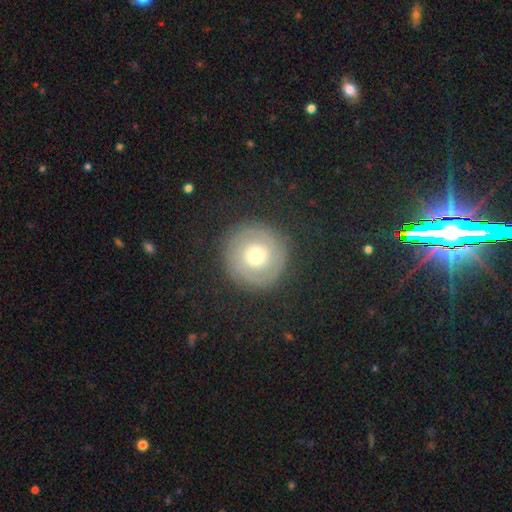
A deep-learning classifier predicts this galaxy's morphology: smooth_or_featured: featured or disk (p=0.51) [alt: smooth p=0.39]
disk_edge_on: no (p=0.96) [alt: yes p=0.04]
merging: none (p=0.86) [alt: minor disturbance p=0.08]